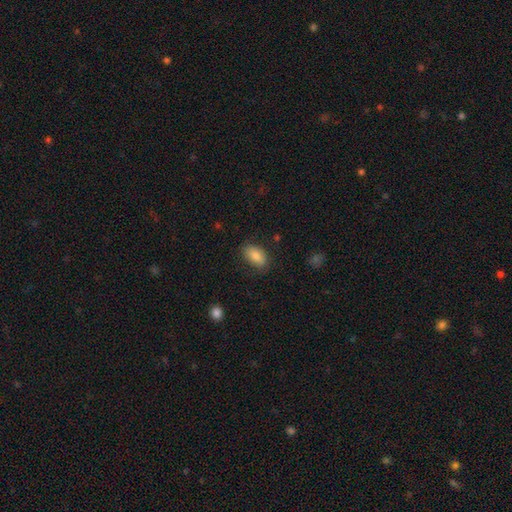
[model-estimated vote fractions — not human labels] Morphology: type=smooth (85%); roundness=in between (91%); merging=none (80%).